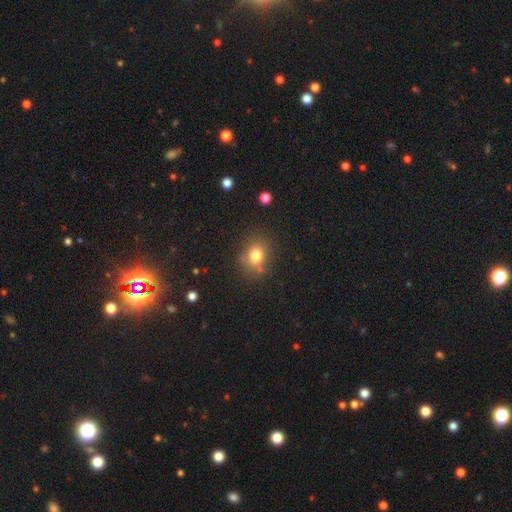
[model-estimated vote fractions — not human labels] A smooth galaxy with no disk features (78%) that is round (56%). Merging: none (73%).